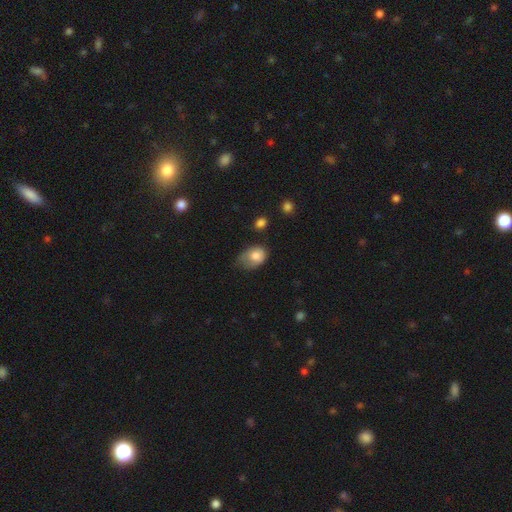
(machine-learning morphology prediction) Smooth or featured?
  - smooth: 78% *
  - featured or disk: 14%
  - star or artifact: 8%
How rounded?
  - in between: 72% *
  - round: 27%
  - cigar-shaped: 1%
Merging?
  - minor disturbance: 45% *
  - none: 32%
  - major disturbance: 21%
  - merger: 3%